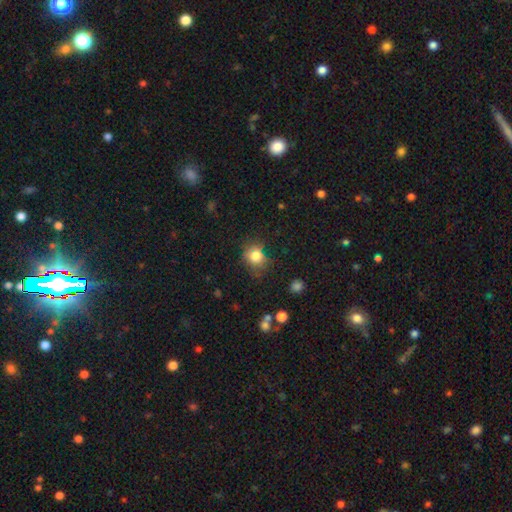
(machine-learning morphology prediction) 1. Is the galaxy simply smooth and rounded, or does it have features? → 79% smooth, 12% star or artifact, 9% featured or disk.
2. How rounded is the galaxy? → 71% round, 28% in between, 1% cigar-shaped.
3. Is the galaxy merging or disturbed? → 65% none, 23% minor disturbance, 9% major disturbance, 3% merger.